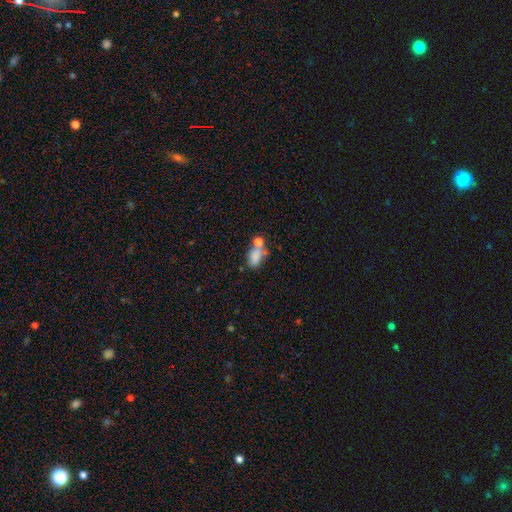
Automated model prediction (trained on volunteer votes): Smooth or featured? Predicted: smooth (p=0.76). How rounded? Predicted: in between (p=0.83). Merging? Predicted: merger (p=0.41).